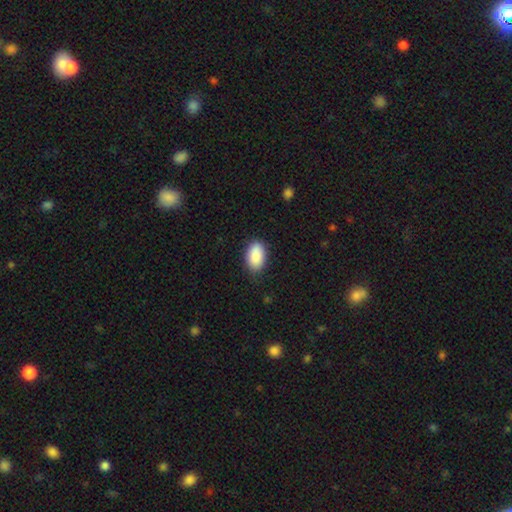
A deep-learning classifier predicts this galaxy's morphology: smooth_or_featured: smooth (p=0.90) [alt: star or artifact p=0.06]
how_rounded: in between (p=0.93) [alt: round p=0.06]
merging: none (p=0.83) [alt: minor disturbance p=0.14]